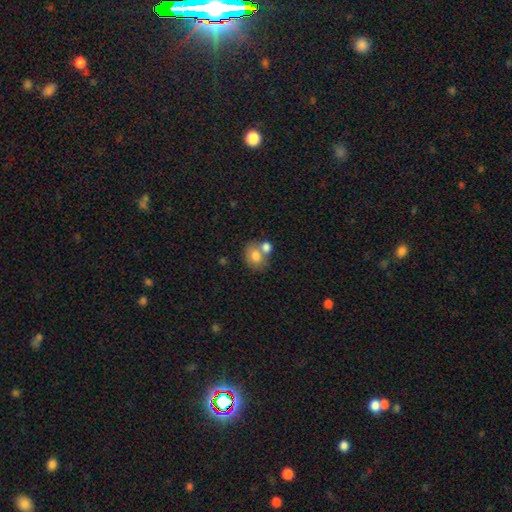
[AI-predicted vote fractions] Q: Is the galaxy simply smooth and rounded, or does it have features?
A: smooth — 77%.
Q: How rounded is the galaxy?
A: round — 54%.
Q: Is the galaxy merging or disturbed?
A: merger — 43%.